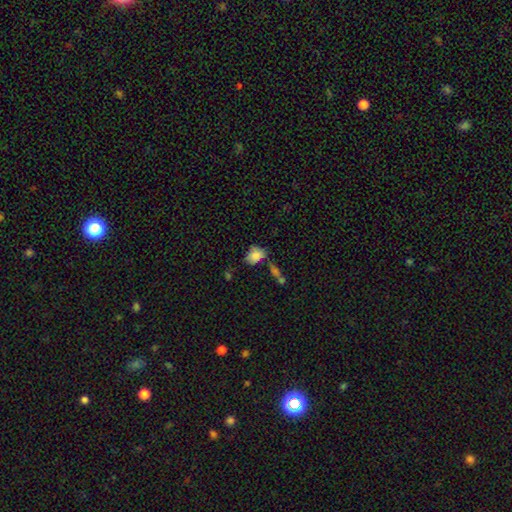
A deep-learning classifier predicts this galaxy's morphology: The model was most divided on "merging": none: 48%, minor disturbance: 25%, merger: 17%, major disturbance: 9%. More confident: smooth or featured — smooth (79%); how rounded — in between (67%).